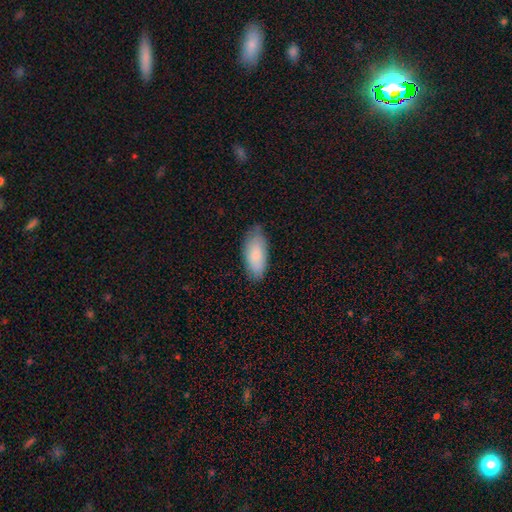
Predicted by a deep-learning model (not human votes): This is clearly a smooth galaxy (85%). How rounded: clearly in between (89%). Merging: likely none (75%).